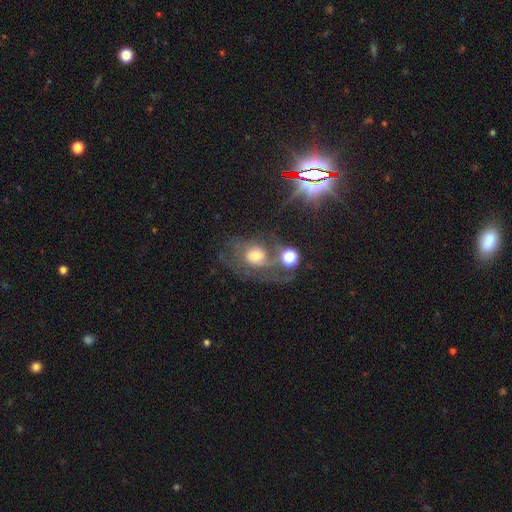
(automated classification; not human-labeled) A featured or disk galaxy (59%) with no bar (71%), spiral arms (79%) and a moderate central bulge (54%). Merging: none (33%).